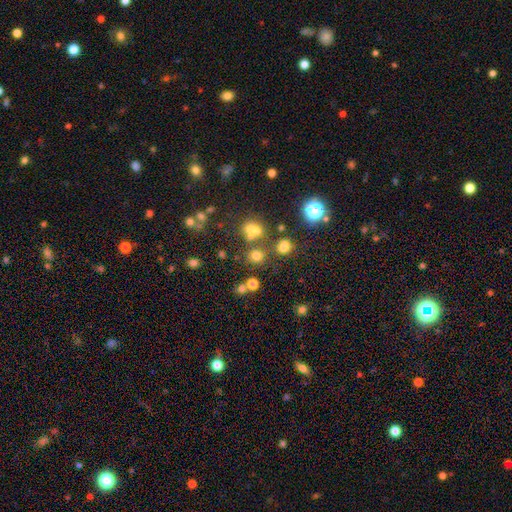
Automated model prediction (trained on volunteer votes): Overall: smooth (67%). How rounded: round (86%). Merging: none (67%).